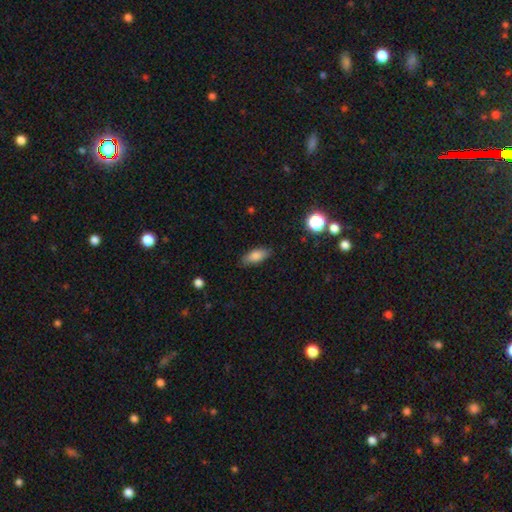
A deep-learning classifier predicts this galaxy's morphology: Overall: smooth (81%). How rounded: in between (79%). Merging: none (85%).